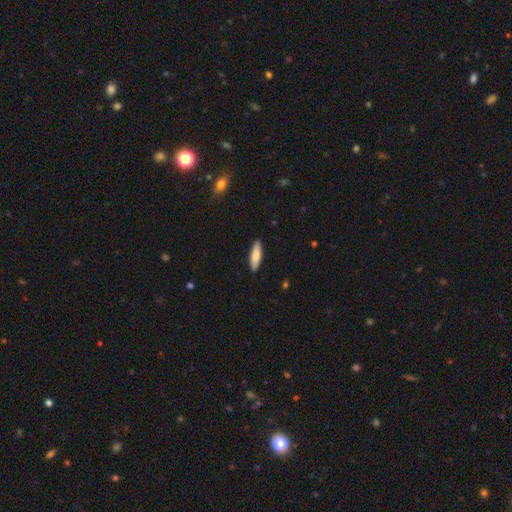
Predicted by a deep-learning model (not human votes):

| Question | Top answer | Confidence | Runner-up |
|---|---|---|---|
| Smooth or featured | smooth | 78% | featured or disk (17%) |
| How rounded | cigar-shaped | 54% | in between (44%) |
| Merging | none | 90% | minor disturbance (7%) |